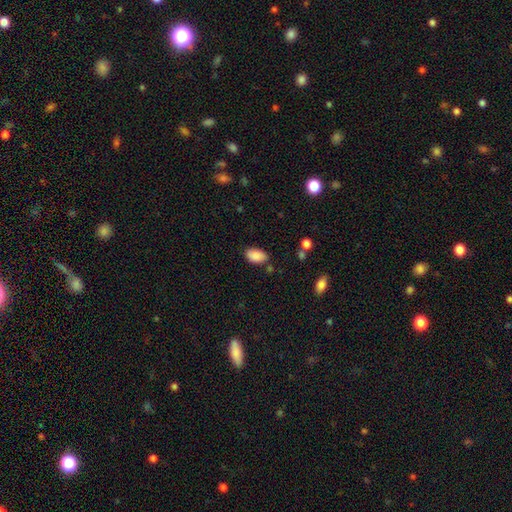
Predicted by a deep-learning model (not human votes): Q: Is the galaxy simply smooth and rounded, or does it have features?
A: smooth — 88%.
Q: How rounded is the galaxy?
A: in between — 93%.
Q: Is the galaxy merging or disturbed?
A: none — 79%.